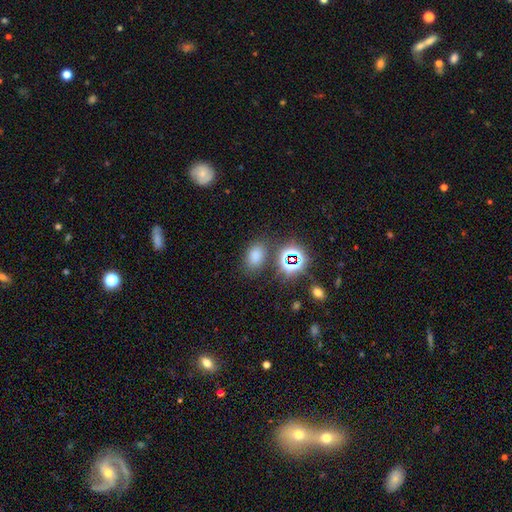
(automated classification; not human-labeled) Smooth or featured? smooth (69%)
How rounded? in between (78%)
Merging? none (77%)